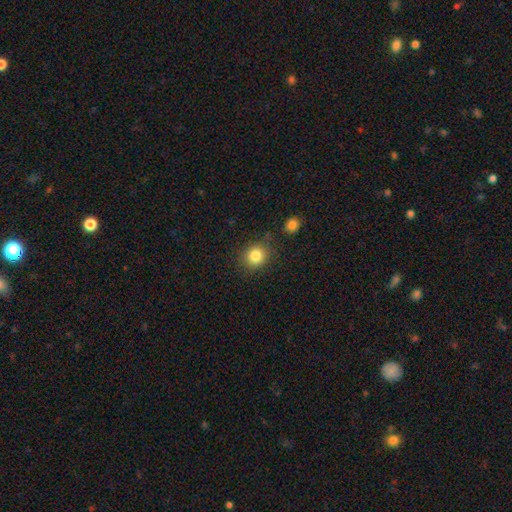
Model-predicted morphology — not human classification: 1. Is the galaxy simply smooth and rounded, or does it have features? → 83% smooth, 10% star or artifact, 6% featured or disk.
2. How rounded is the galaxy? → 80% round, 19% in between, 1% cigar-shaped.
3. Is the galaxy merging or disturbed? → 83% none, 11% minor disturbance, 4% merger, 3% major disturbance.